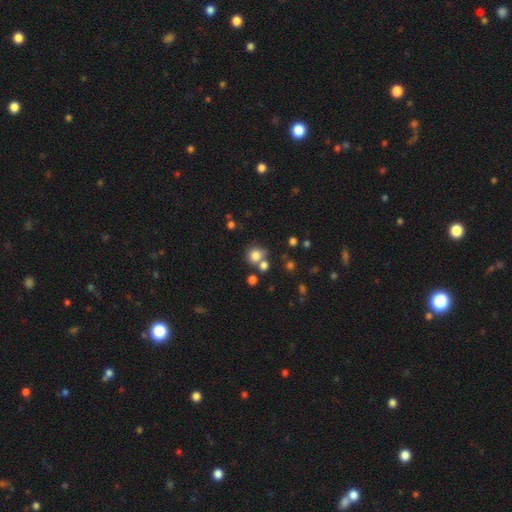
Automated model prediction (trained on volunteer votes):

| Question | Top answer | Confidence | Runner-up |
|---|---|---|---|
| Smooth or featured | smooth | 79% | star or artifact (13%) |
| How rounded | round | 84% | in between (15%) |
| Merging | none | 60% | merger (23%) |